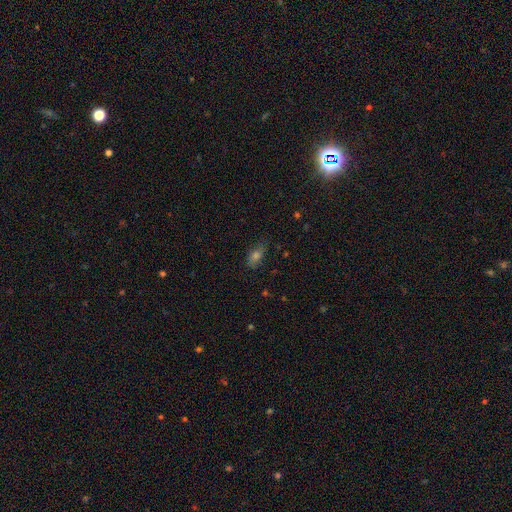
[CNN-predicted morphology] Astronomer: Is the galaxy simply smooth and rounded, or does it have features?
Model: smooth — 63%.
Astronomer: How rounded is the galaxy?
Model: in between — 79%.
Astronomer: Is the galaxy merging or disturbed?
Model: none — 74%.